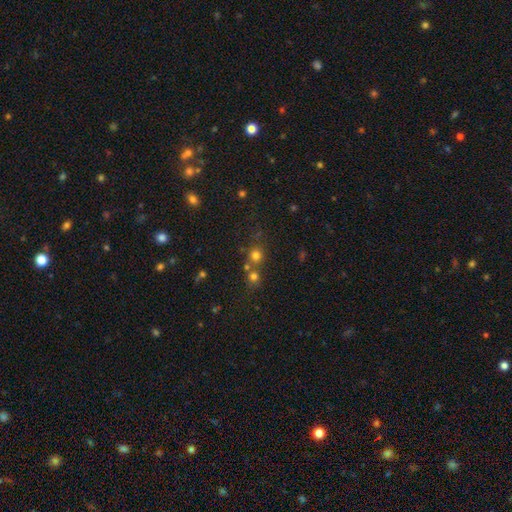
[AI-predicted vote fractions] Smooth or featured? smooth (69%)
How rounded? round (88%)
Merging? none (58%)